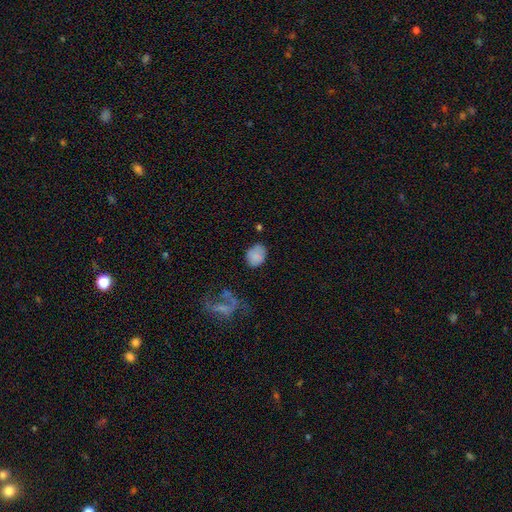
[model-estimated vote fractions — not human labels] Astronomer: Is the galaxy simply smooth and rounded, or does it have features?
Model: smooth — 81%.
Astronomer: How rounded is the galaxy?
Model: in between — 60% (runner-up: round, 39%).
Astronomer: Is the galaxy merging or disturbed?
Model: none — 70%.